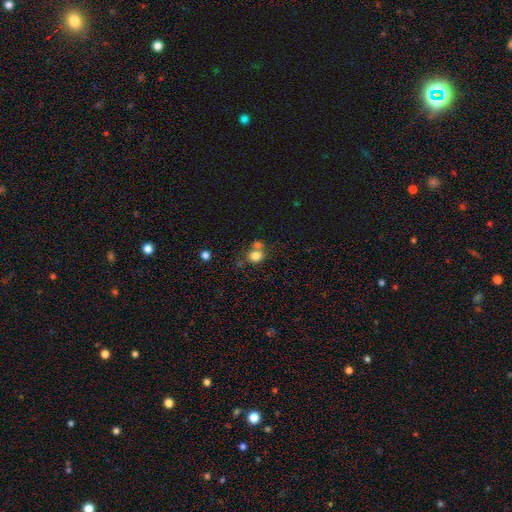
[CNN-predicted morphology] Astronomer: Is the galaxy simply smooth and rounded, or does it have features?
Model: smooth — 80%.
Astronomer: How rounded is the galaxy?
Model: round — 78%.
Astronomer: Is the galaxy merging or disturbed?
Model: none — 52% (runner-up: merger, 32%).